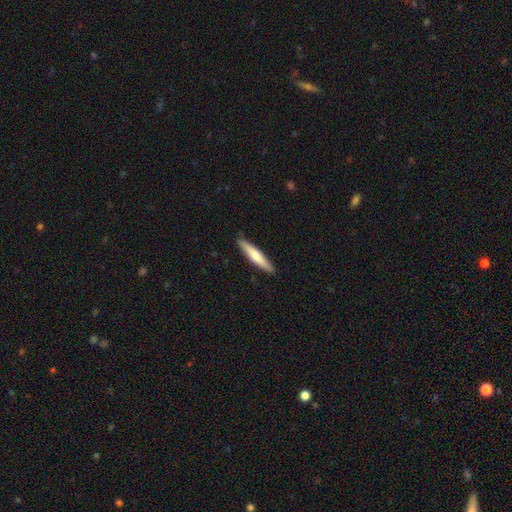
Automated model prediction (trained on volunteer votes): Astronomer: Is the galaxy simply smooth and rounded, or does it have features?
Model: smooth — 69%.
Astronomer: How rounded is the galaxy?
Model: cigar-shaped — 90%.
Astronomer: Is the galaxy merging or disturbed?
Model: none — 90%.